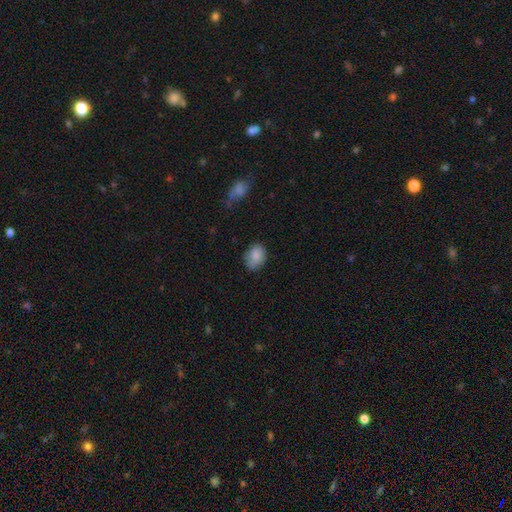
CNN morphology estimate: smooth 84%, featured or disk 9%, star or artifact 8%. Down the decision tree: how rounded — in between (68%); merging — none (70%).